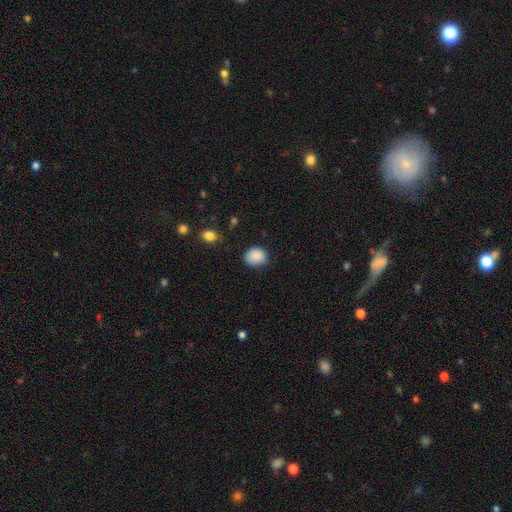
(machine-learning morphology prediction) smooth-or-featured: smooth: 88% | star or artifact: 8% | featured or disk: 3%
  how-rounded: round: 65% | in between: 34% | cigar-shaped: 1%
  merging: none: 77% | minor disturbance: 18% | major disturbance: 4% | merger: 1%